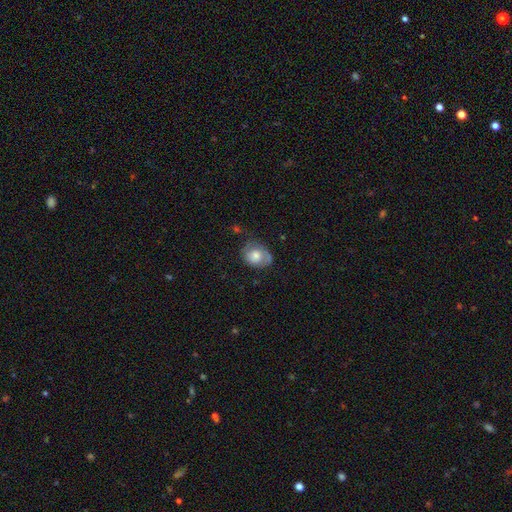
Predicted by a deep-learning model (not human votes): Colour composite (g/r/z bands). It shows a smooth galaxy with no disk features (55%) that is in between round and cigar-shaped (54%). Merging: none (55%).